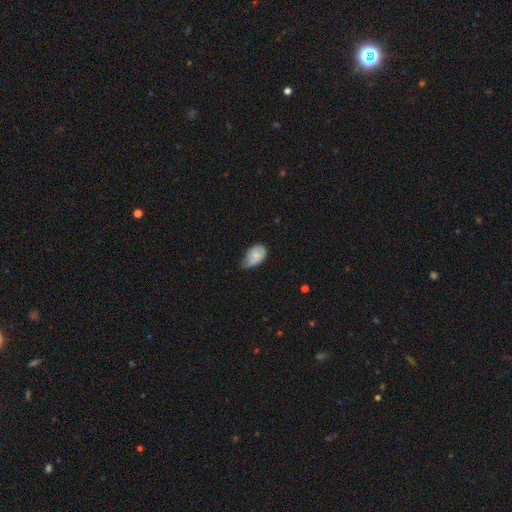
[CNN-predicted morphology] A smooth galaxy with no disk features (79%) that is in between round and cigar-shaped (91%). Merging: minor disturbance (55%).